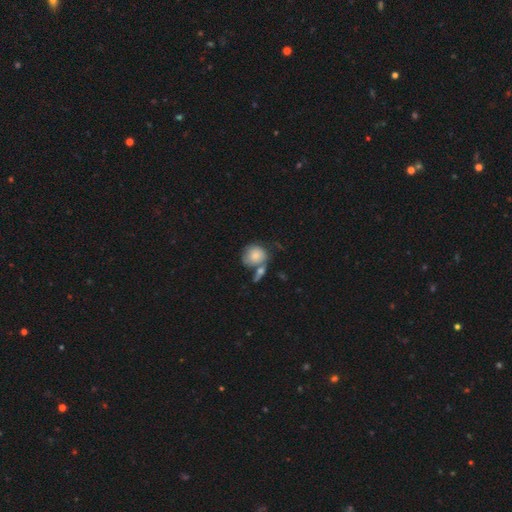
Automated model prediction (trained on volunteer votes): A smooth galaxy with no disk features (77%) that is round (76%).

Vote fractions:
- Smooth or featured? smooth: 77% / featured or disk: 16% / star or artifact: 7%
- How rounded? round: 76% / in between: 23% / cigar-shaped: 1%
- Merging? none: 41% / merger: 32% / minor disturbance: 18% / major disturbance: 9%